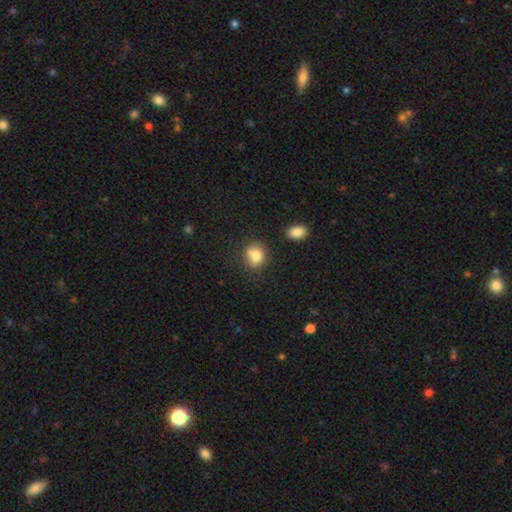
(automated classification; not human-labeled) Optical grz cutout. It shows a smooth galaxy with no disk features (78%) that is round (60%). Merging: none (51%).